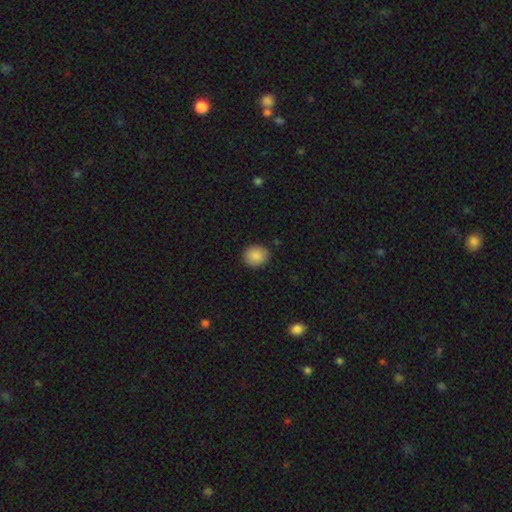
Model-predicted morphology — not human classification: A smooth galaxy with no disk features (88%) that is round (71%). Merging: none (88%).